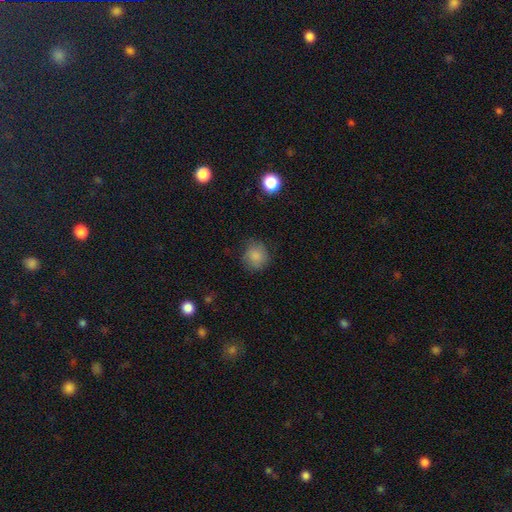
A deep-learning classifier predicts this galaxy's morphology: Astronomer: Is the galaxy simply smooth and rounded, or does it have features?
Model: smooth — 84%.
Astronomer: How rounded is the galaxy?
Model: round — 84%.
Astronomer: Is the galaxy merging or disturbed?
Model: none — 76%.